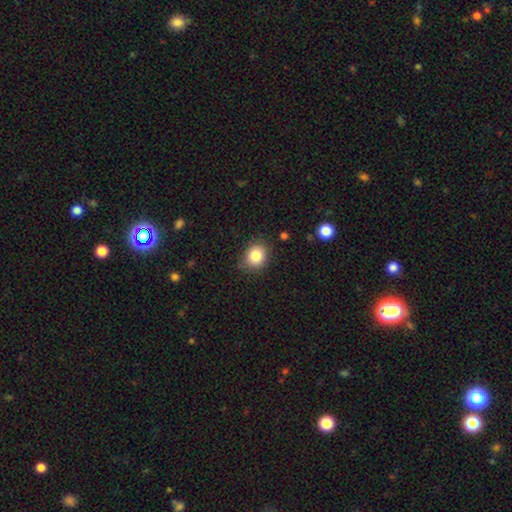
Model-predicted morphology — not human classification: smooth 83%, star or artifact 10%, featured or disk 7%. Down the decision tree: how rounded — round (66%); merging — none (79%).